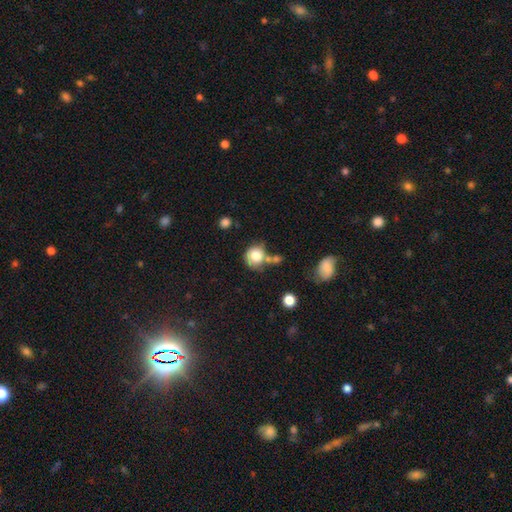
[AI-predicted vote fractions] Smooth or featured? Predicted: smooth (p=0.78). How rounded? Predicted: round (p=0.79). Merging? Predicted: none (p=0.50).